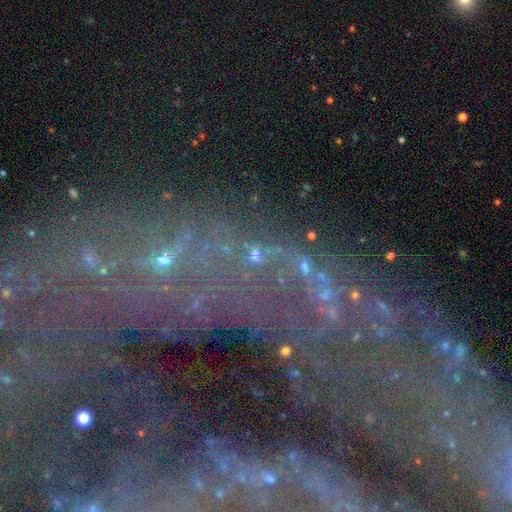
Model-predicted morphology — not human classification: A star or artifact, not a galaxy (50%).

Vote fractions:
- Smooth or featured? star or artifact: 50% / featured or disk: 31% / smooth: 19%